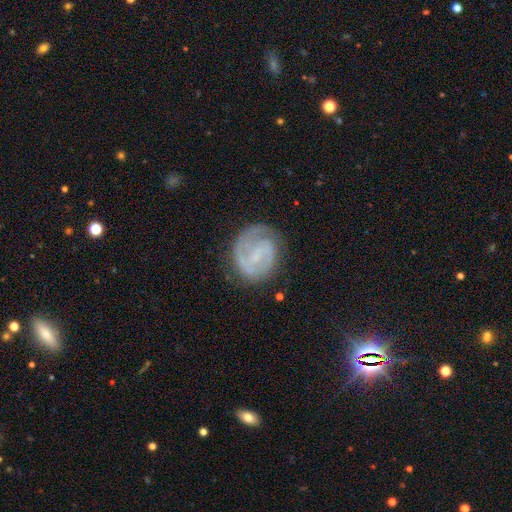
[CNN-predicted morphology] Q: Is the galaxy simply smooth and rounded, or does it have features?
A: featured or disk — 79%.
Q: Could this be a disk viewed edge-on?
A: no — 98%.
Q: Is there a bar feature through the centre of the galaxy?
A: weak — 52%.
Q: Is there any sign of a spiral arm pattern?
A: yes — 93%.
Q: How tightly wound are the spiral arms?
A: tight — 45%.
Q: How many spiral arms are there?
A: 2 — 69%.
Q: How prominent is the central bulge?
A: small — 53%.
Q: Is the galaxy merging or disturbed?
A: none — 71%.